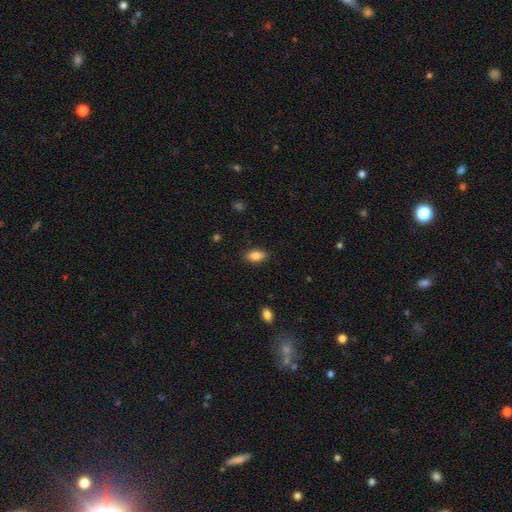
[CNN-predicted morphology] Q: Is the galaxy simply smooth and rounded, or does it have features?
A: smooth — 82%.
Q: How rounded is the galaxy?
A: in between — 87%.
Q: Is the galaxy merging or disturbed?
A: none — 86%.